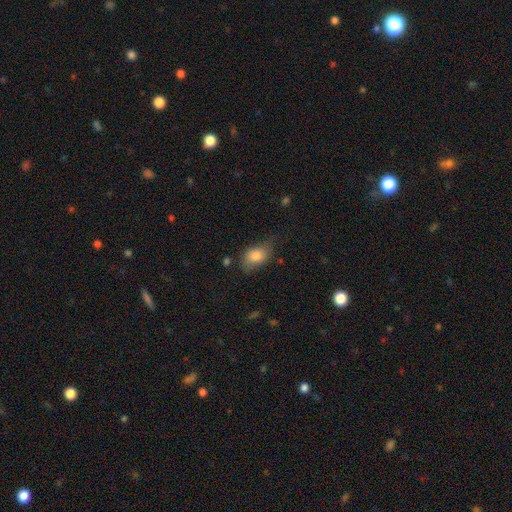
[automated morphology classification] Smooth or featured?
  - smooth: 80% *
  - featured or disk: 12%
  - star or artifact: 8%
How rounded?
  - in between: 80% *
  - round: 19%
  - cigar-shaped: 2%
Merging?
  - none: 58% *
  - minor disturbance: 30%
  - major disturbance: 9%
  - merger: 2%